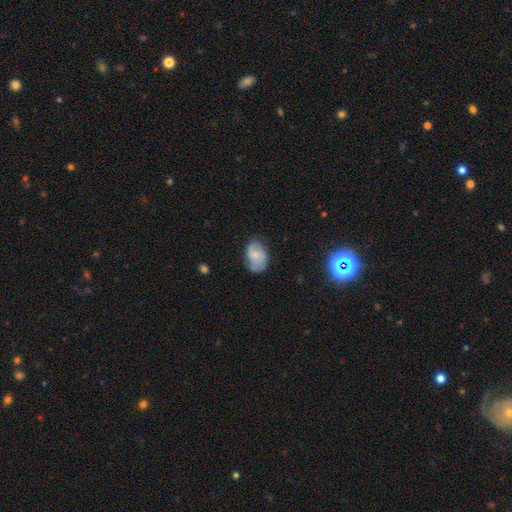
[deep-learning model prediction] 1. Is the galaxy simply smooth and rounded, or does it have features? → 48% smooth, 44% featured or disk, 8% star or artifact.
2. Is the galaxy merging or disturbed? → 65% none, 25% minor disturbance, 8% major disturbance, 2% merger.